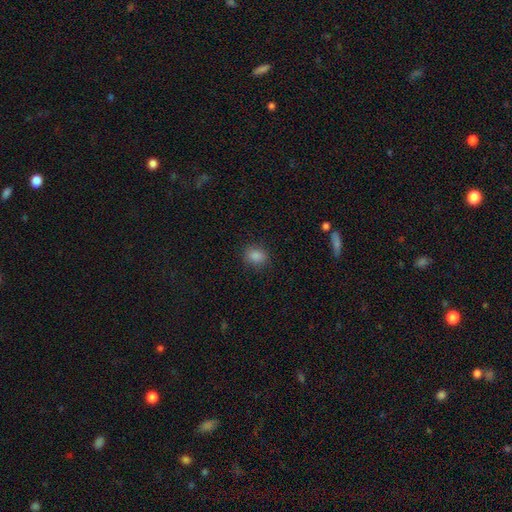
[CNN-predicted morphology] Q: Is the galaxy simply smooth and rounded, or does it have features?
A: smooth — 83%.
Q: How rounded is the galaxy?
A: round — 55%.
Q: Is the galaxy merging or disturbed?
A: none — 86%.